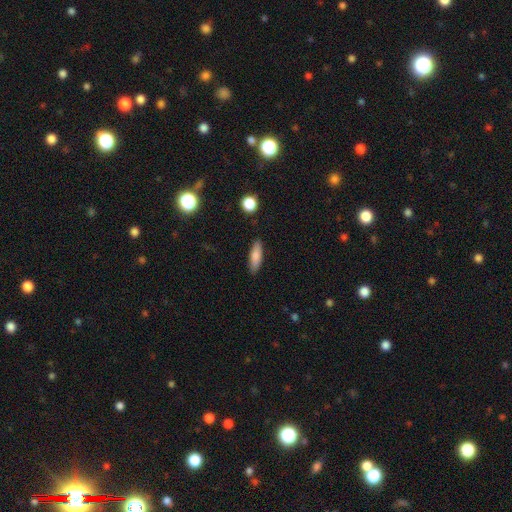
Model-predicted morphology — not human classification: Overall: smooth (80%). How rounded: cigar-shaped (51%; in between 46%). Merging: none (87%).